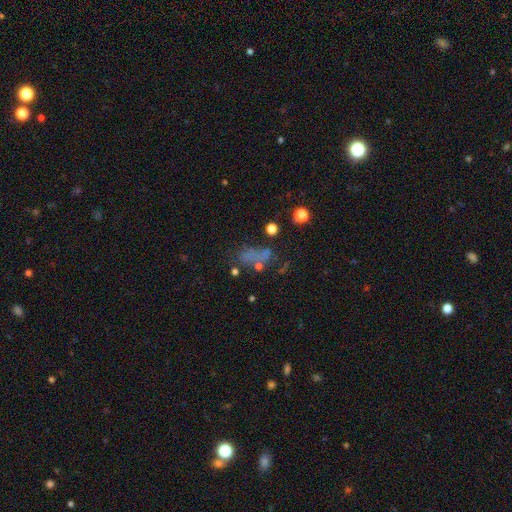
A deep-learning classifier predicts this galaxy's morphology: A smooth galaxy with no disk features (40%).

Vote fractions:
- Smooth or featured? smooth: 40% / star or artifact: 33% / featured or disk: 27%
- Merging? none: 44% / major disturbance: 22% / minor disturbance: 18% / merger: 15%